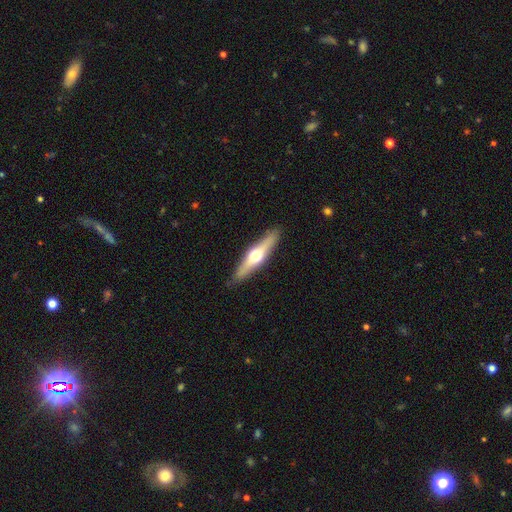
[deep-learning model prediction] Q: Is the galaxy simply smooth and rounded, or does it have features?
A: featured or disk — 60%.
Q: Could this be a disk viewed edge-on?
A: yes — 95%.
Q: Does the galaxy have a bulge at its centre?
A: rounded — 94%.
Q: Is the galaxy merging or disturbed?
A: none — 89%.